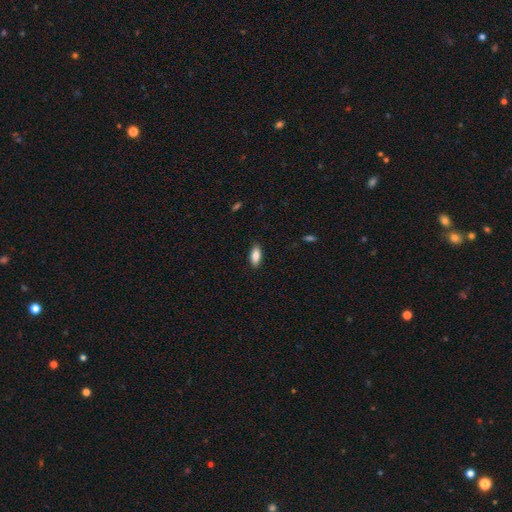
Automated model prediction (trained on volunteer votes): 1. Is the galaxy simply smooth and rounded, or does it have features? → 87% smooth, 7% star or artifact, 6% featured or disk.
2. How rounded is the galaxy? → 84% in between, 14% cigar-shaped, 2% round.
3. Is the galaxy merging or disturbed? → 89% none, 8% minor disturbance, 2% major disturbance, 1% merger.